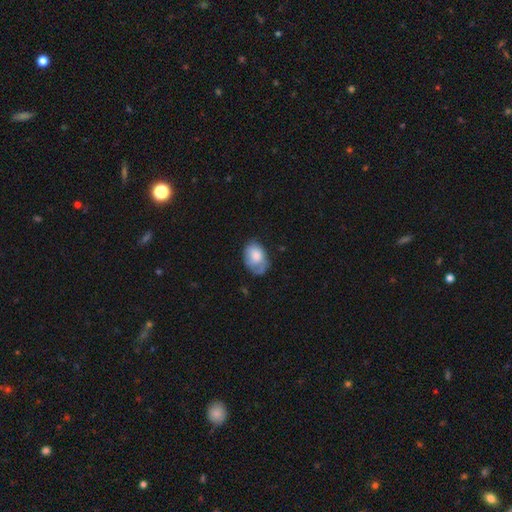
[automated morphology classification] A smooth galaxy with no disk features (73%) that is in between round and cigar-shaped (82%). Merging: none (50%).